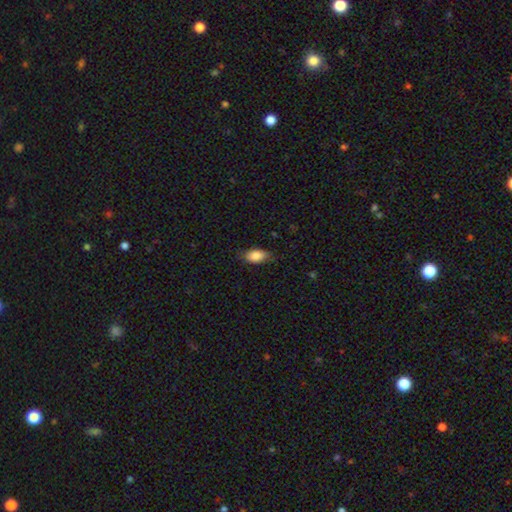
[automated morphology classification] This is clearly a smooth galaxy (86%). How rounded: clearly in between (91%). Merging: likely none (76%).